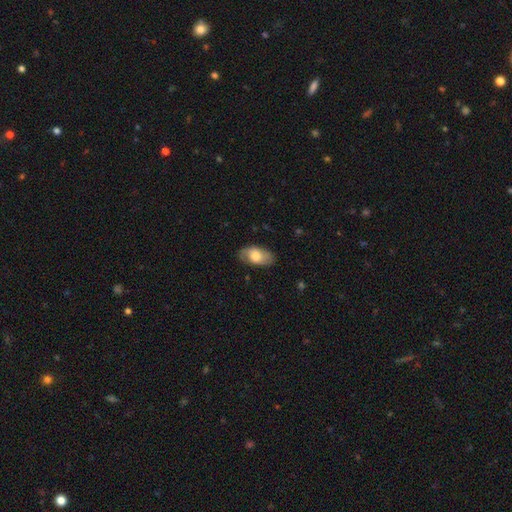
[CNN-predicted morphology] Smooth or featured? smooth (59%)
How rounded? in between (92%)
Merging? none (77%)